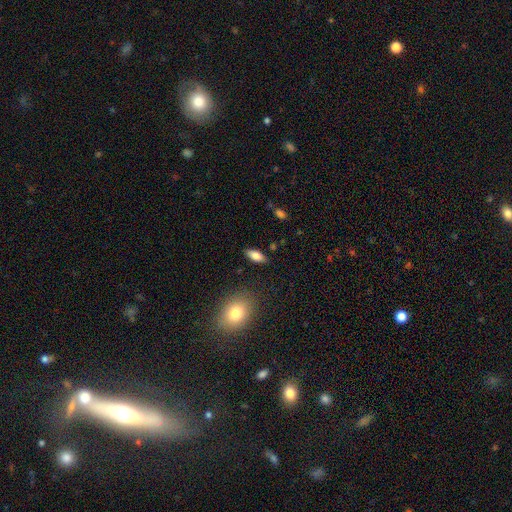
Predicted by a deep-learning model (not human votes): smooth-or-featured: smooth: 79% | featured or disk: 14% | star or artifact: 7%
  how-rounded: in between: 81% | cigar-shaped: 16% | round: 3%
  merging: none: 86% | minor disturbance: 10% | major disturbance: 3% | merger: 2%